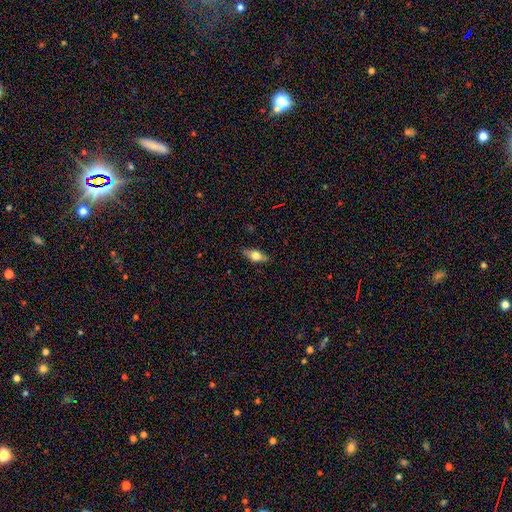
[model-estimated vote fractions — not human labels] Smooth or featured?
  - smooth: 55% *
  - featured or disk: 37%
  - star or artifact: 7%
How rounded?
  - in between: 73% *
  - cigar-shaped: 21%
  - round: 6%
Merging?
  - none: 84% *
  - minor disturbance: 12%
  - major disturbance: 3%
  - merger: 1%